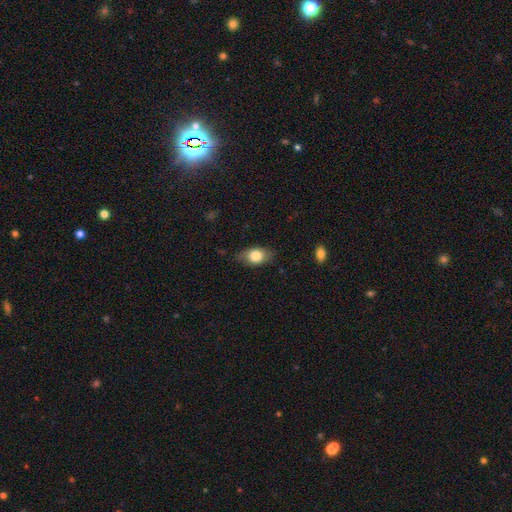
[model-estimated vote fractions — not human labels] The model was most divided on "merging": none: 73%, minor disturbance: 21%, major disturbance: 5%, merger: 1%. More confident: how rounded — in between (80%); smooth or featured — smooth (78%).